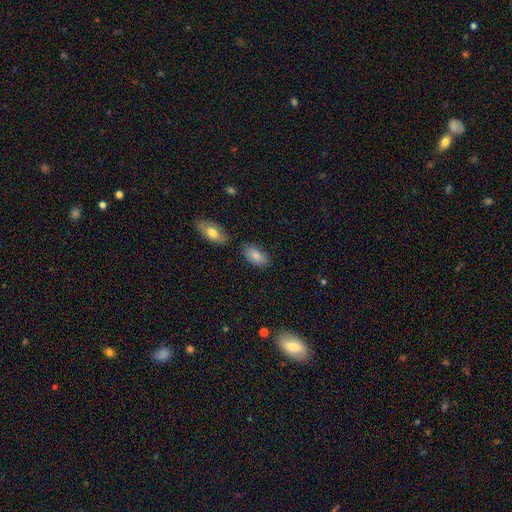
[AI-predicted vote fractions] smooth 84%, featured or disk 9%, star or artifact 7%. Down the decision tree: how rounded — in between (94%); merging — none (73%).